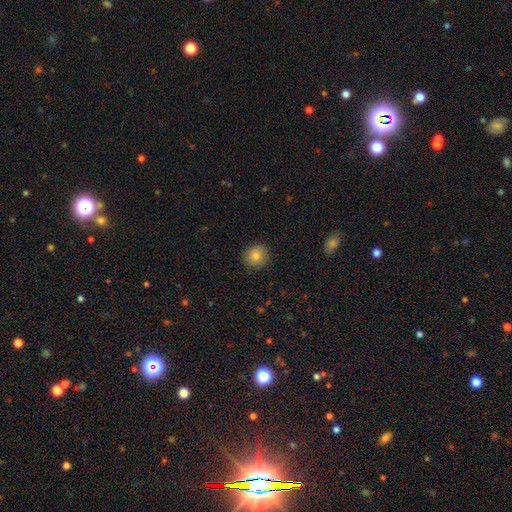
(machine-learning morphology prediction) A smooth galaxy with no disk features (83%) that is round (90%).

Vote fractions:
- Smooth or featured? smooth: 83% / star or artifact: 10% / featured or disk: 8%
- How rounded? round: 90% / in between: 9% / cigar-shaped: 1%
- Merging? none: 89% / minor disturbance: 8% / major disturbance: 2% / merger: 1%